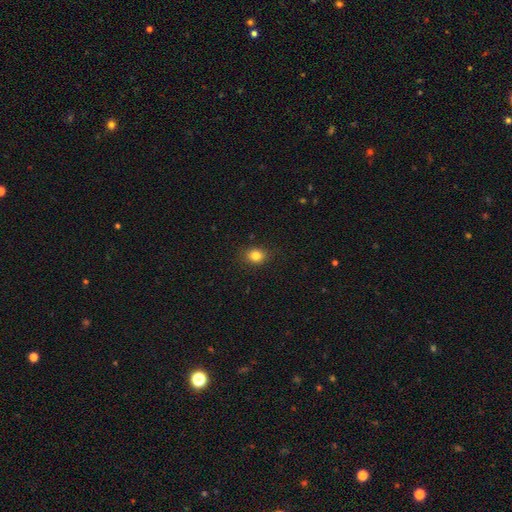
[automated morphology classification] Smooth or featured? Predicted: smooth (p=0.83). How rounded? Predicted: round (p=0.55). Merging? Predicted: none (p=0.87).